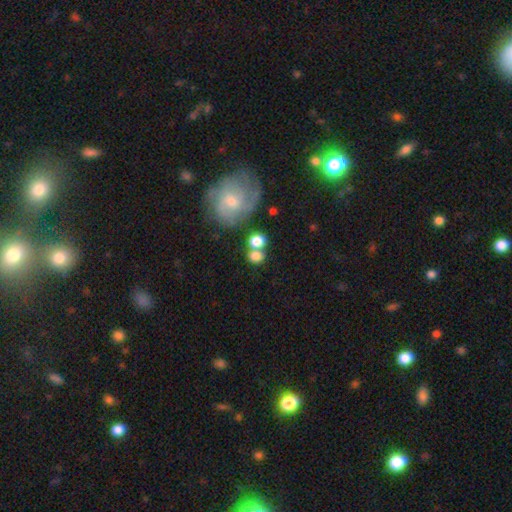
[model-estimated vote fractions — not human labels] A smooth galaxy with no disk features (75%) that is round (60%). Merging: none (43%).